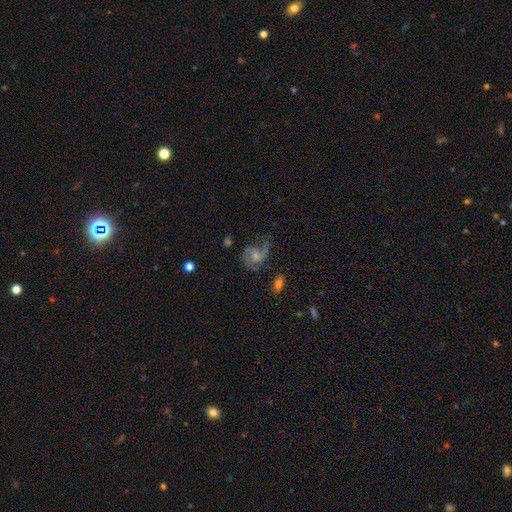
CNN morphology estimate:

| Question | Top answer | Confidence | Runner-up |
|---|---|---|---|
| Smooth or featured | featured or disk | 57% | smooth (34%) |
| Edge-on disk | no | 97% | yes (3%) |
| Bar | no | 63% | weak (32%) |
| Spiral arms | yes | 81% | no (19%) |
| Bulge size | small | 44% | moderate (32%) |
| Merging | none | 37% | major disturbance (34%) |